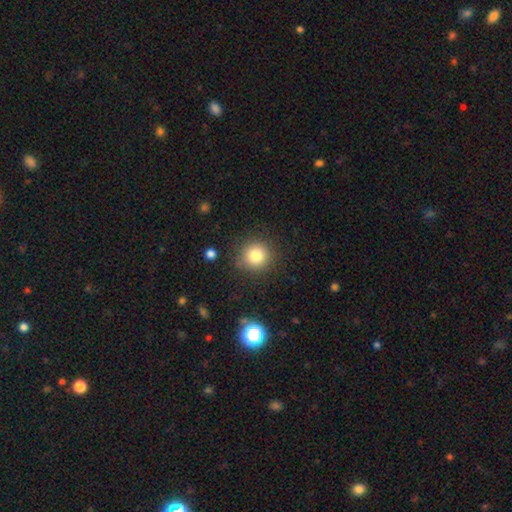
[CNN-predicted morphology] Smooth or featured: smooth — 80% (star or artifact — 12%)
How rounded: round — 90% (in between — 9%)
Merging: none — 84% (minor disturbance — 10%)